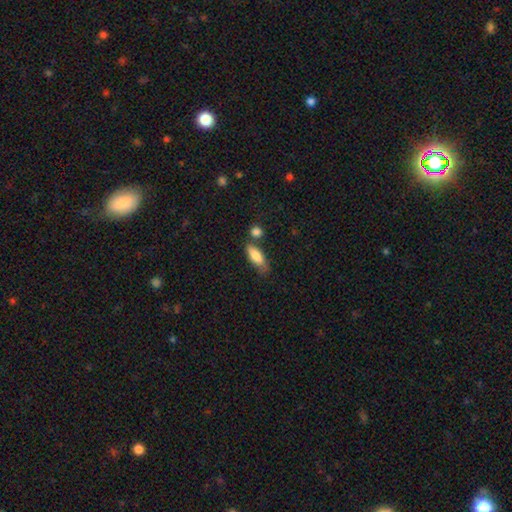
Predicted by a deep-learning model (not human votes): smooth-or-featured: smooth: 81% | featured or disk: 13% | star or artifact: 7%
  how-rounded: in between: 67% | cigar-shaped: 31% | round: 3%
  merging: none: 57% | minor disturbance: 22% | merger: 15% | major disturbance: 6%